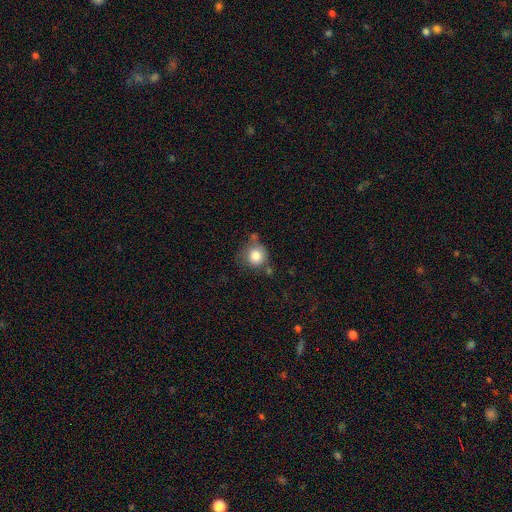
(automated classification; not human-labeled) This is clearly a smooth galaxy (83%). How rounded: clearly round (89%). Merging: possibly none (59%).